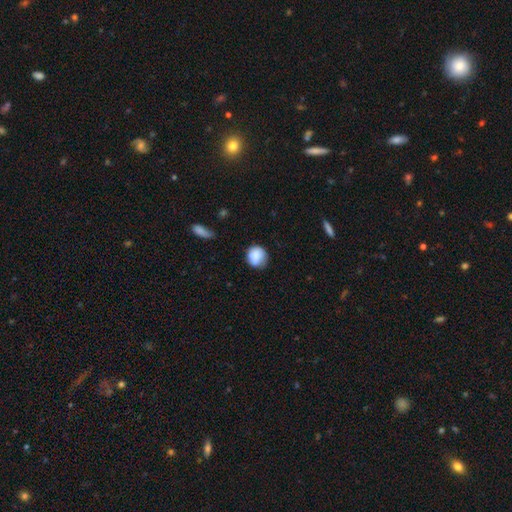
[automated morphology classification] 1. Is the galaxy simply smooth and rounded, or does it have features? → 84% smooth, 8% featured or disk, 8% star or artifact.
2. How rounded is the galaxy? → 81% round, 18% in between, 1% cigar-shaped.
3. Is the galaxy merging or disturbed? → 65% none, 27% minor disturbance, 6% major disturbance, 2% merger.